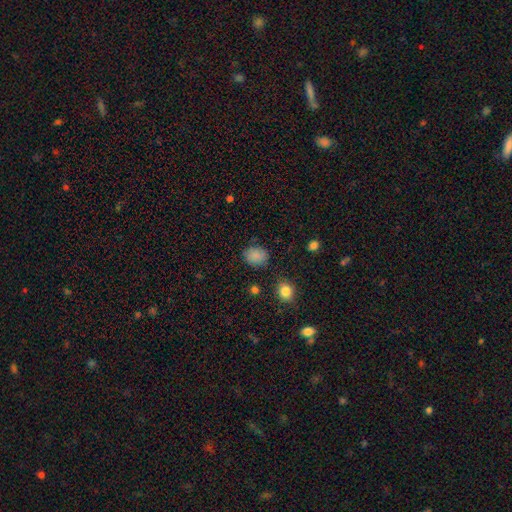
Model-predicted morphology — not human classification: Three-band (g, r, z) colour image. It shows a smooth galaxy with no disk features (86%) that is round (52%). Merging: none (82%).